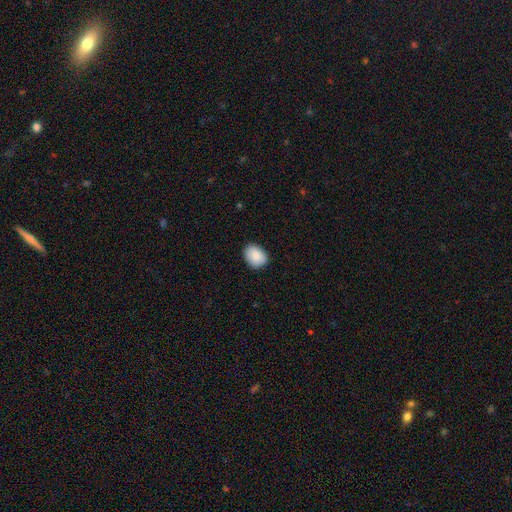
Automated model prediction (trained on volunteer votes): Q: Smooth or featured?
A: smooth (87%); runner-up: star or artifact (7%)
Q: How rounded?
A: in between (62%); runner-up: round (37%)
Q: Merging?
A: none (87%); runner-up: minor disturbance (10%)